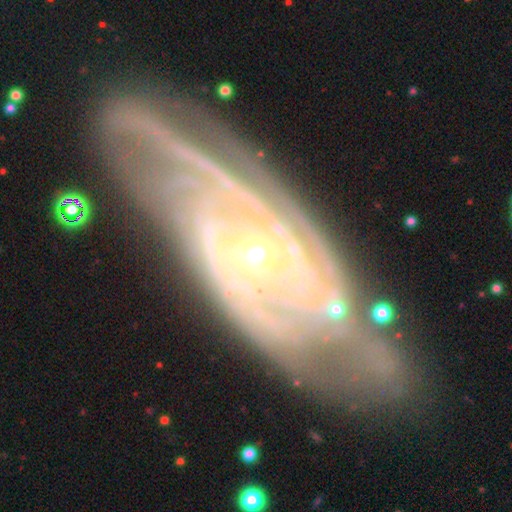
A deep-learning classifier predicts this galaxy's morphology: This is clearly a featured or disk galaxy (89%). It is clearly not viewed edge-on (90%). Bar: likely no (65%). Spiral arm pattern: clearly yes (96%). Spiral arm count: marginally 2 (40%). Spiral winding: likely tight (61%). Central bulge: likely small (78%). Merging: likely none (70%).